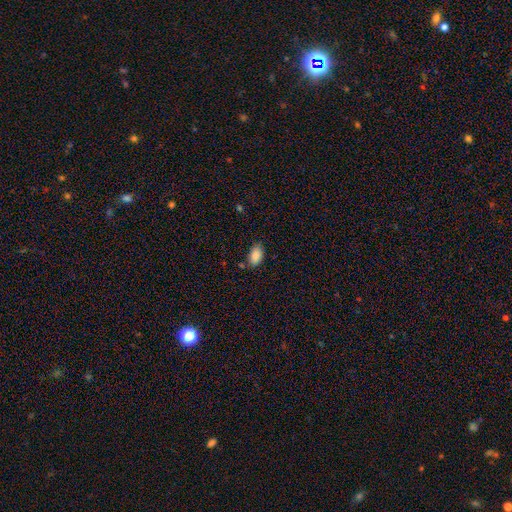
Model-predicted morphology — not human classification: type=smooth (87%); roundness=in between (94%); merging=none (76%).